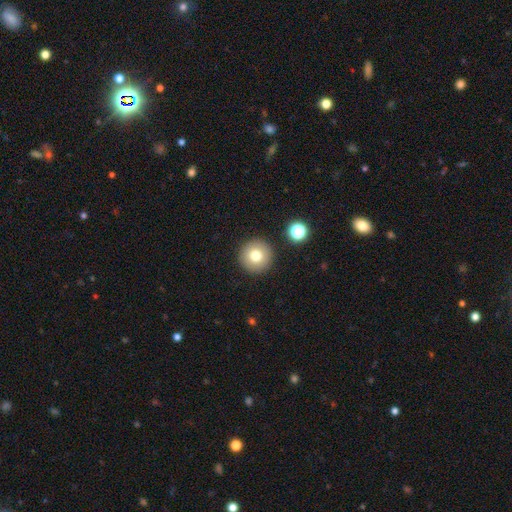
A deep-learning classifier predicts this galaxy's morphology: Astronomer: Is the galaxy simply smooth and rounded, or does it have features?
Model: smooth — 76%.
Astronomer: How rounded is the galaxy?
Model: round — 96%.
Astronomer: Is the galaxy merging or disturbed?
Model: none — 90%.